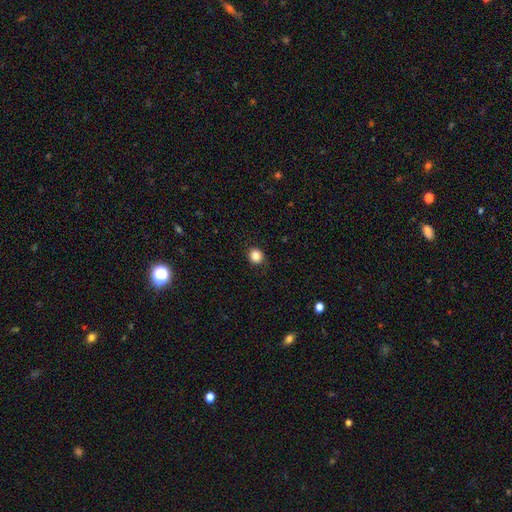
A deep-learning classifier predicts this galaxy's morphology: The model was most divided on "how rounded": round: 83%, in between: 16%, cigar-shaped: 1%. More confident: merging — none (89%); smooth or featured — smooth (85%).